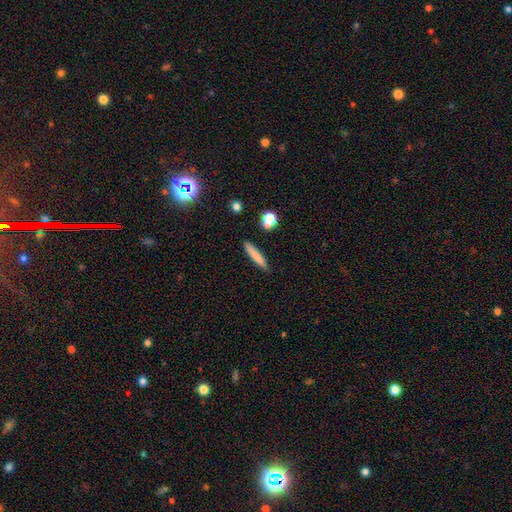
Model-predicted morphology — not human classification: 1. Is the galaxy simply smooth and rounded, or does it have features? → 77% smooth, 15% featured or disk, 8% star or artifact.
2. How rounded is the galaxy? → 91% cigar-shaped, 7% in between, 2% round.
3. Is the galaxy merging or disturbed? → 86% none, 9% minor disturbance, 3% merger, 2% major disturbance.